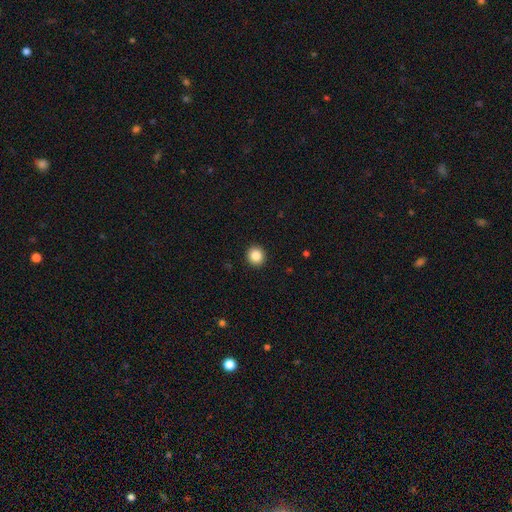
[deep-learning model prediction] A smooth galaxy with no disk features (86%) that is round (94%). Merging: none (93%).